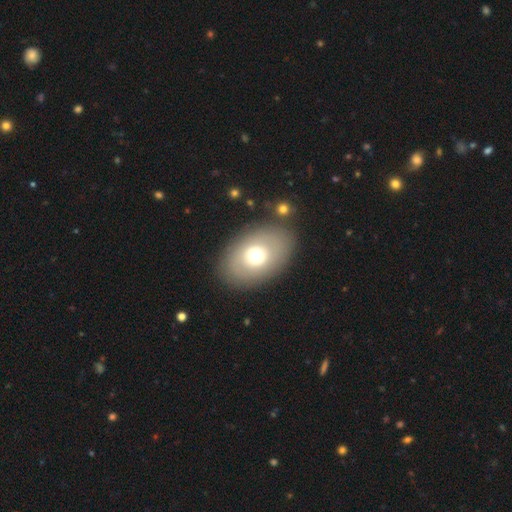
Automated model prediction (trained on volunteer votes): Overall: smooth (62%; featured or disk 29%). How rounded: in between (80%). Merging: none (83%).